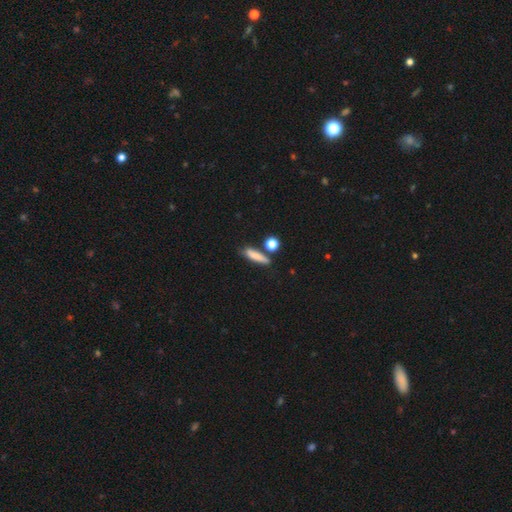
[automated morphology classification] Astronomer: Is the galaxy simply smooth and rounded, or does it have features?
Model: smooth — 77%.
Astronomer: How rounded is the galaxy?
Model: cigar-shaped — 68%.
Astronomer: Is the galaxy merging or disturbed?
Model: none — 65%.